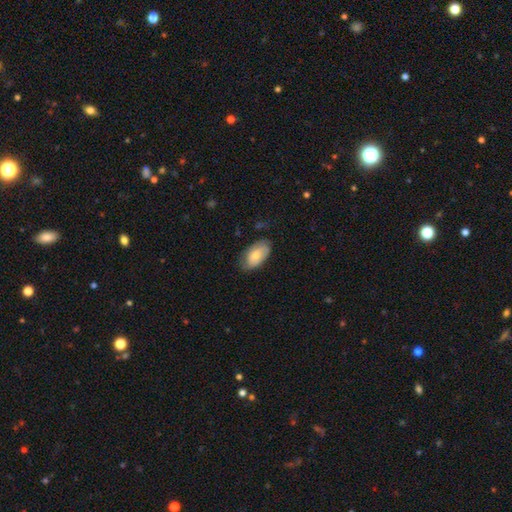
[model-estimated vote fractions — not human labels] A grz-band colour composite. It shows a smooth galaxy with no disk features (68%) that is in between round and cigar-shaped (94%). Merging: none (67%).